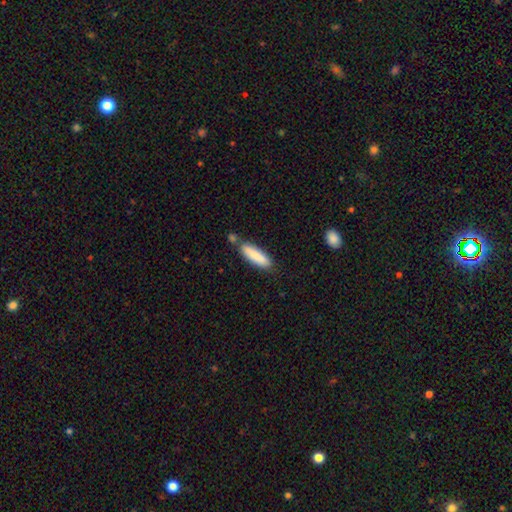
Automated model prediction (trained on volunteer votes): smooth_or_featured: smooth (p=0.86) [alt: featured or disk p=0.09]
how_rounded: cigar-shaped (p=0.62) [alt: in between p=0.36]
merging: none (p=0.69) [alt: minor disturbance p=0.16]